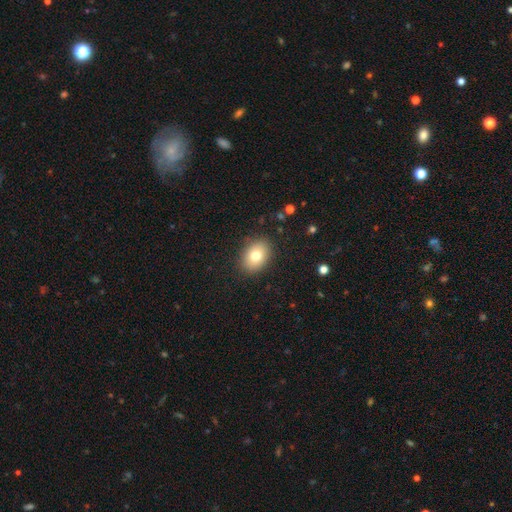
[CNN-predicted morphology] Smooth or featured? Predicted: smooth (p=0.78). How rounded? Predicted: in between (p=0.72). Merging? Predicted: none (p=0.88).